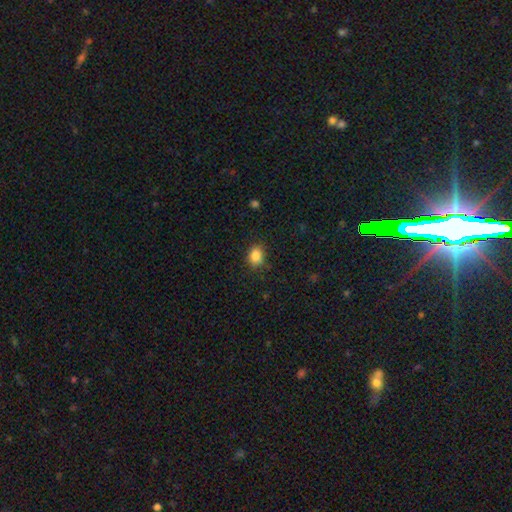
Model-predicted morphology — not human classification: Smooth or featured?
  - smooth: 85% *
  - star or artifact: 10%
  - featured or disk: 5%
How rounded?
  - in between: 53% *
  - round: 46%
  - cigar-shaped: 1%
Merging?
  - none: 82% *
  - minor disturbance: 14%
  - major disturbance: 3%
  - merger: 2%